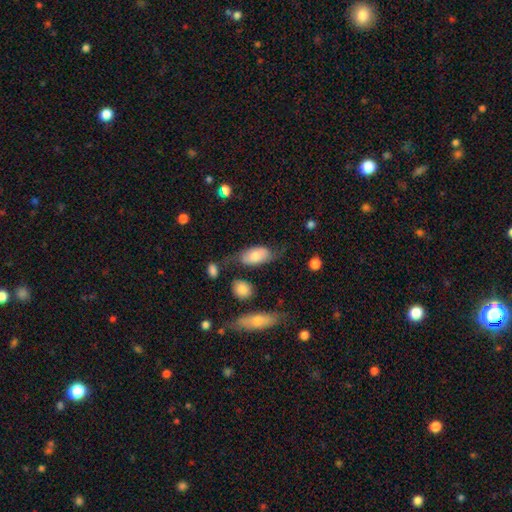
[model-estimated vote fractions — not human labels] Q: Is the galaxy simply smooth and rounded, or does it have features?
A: smooth — 70%.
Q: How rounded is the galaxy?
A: in between — 91%.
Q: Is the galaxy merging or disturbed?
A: none — 51%.